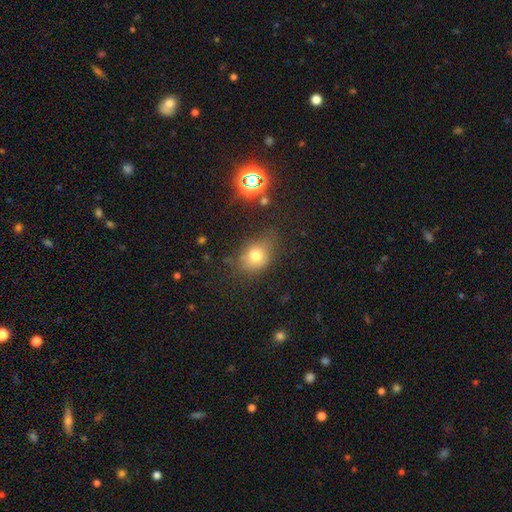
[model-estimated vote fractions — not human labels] smooth-or-featured: smooth: 73% | star or artifact: 15% | featured or disk: 12%
  how-rounded: in between: 54% | round: 45% | cigar-shaped: 1%
  merging: none: 62% | minor disturbance: 25% | major disturbance: 10% | merger: 3%